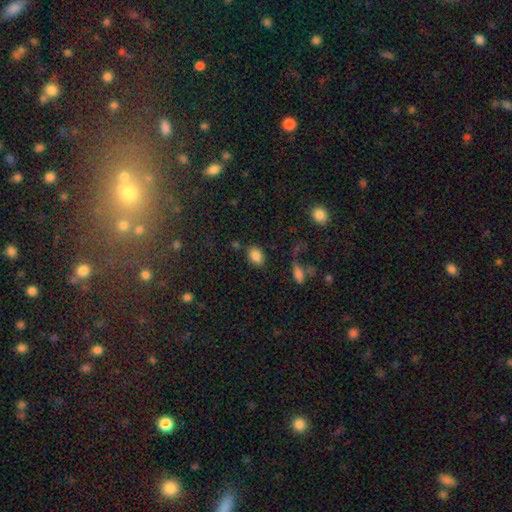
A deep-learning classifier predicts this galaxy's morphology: Smooth or featured? smooth (84%)
How rounded? in between (74%)
Merging? none (79%)